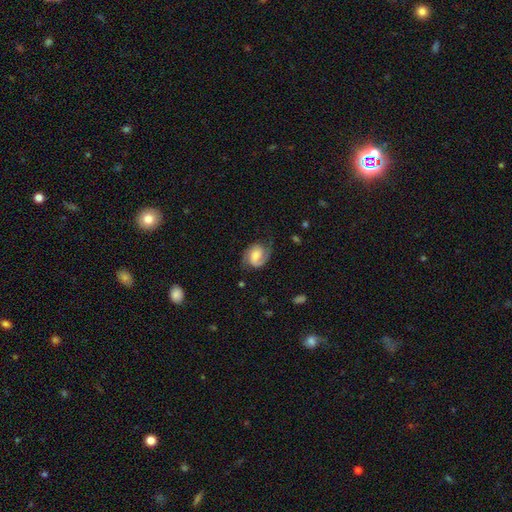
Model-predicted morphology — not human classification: Smooth or featured? Predicted: featured or disk (p=0.73). Edge-on disk? Predicted: no (p=0.98). Bar? Predicted: no (p=0.45). Spiral arms? Predicted: yes (p=0.95). Spiral winding? Predicted: medium (p=0.45). Spiral arm count? Predicted: 2 (p=0.70). Bulge size? Predicted: moderate (p=0.33). Merging? Predicted: none (p=0.65).